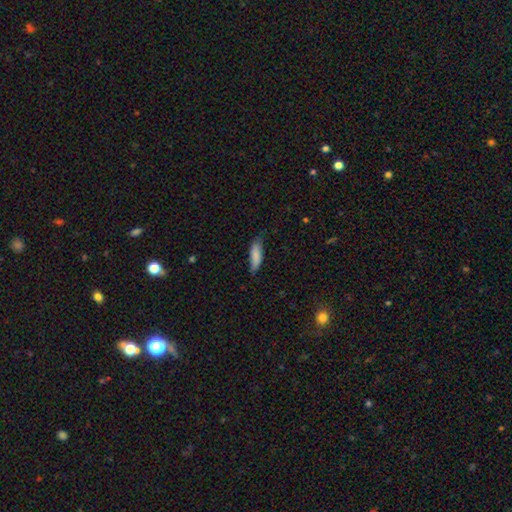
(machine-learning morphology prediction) A smooth galaxy with no disk features (85%) that is cigar-shaped (50%). Merging: none (64%).